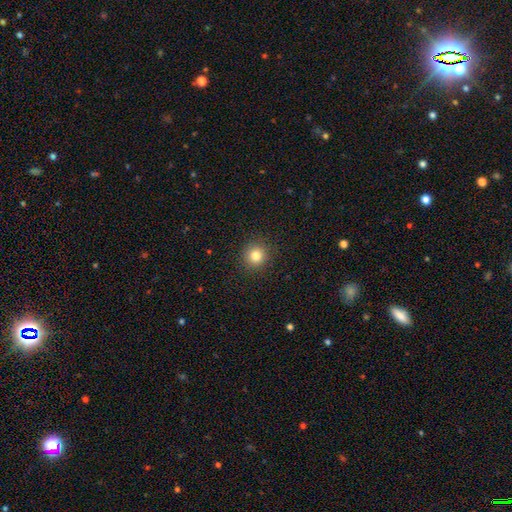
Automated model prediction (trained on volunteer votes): smooth-or-featured: smooth: 82% | star or artifact: 12% | featured or disk: 6%
  how-rounded: round: 94% | in between: 5% | cigar-shaped: 1%
  merging: none: 91% | minor disturbance: 6% | major disturbance: 2% | merger: 1%